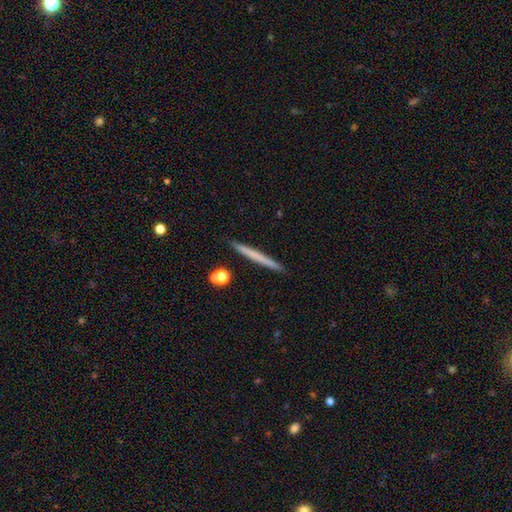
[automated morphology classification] Smooth or featured? smooth (57%)
How rounded? cigar-shaped (97%)
Merging? none (91%)